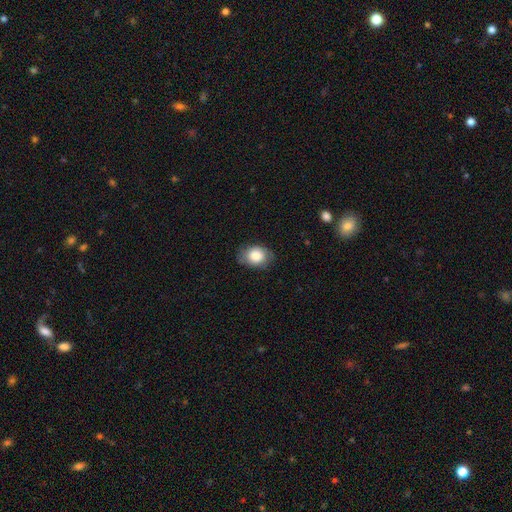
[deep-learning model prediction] Smooth or featured? smooth (82%)
How rounded? in between (71%)
Merging? none (78%)